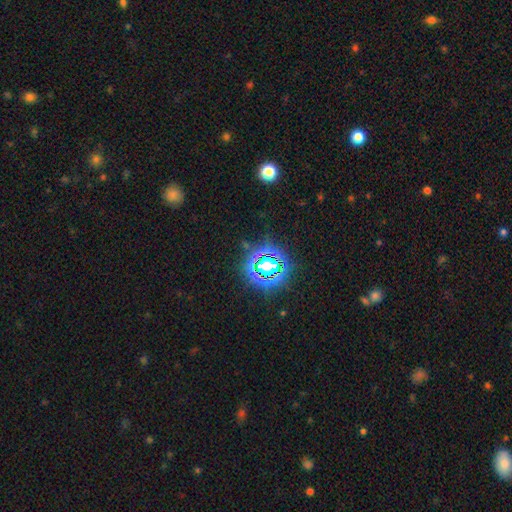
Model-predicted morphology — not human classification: star or artifact 78%, smooth 14%, featured or disk 8%.